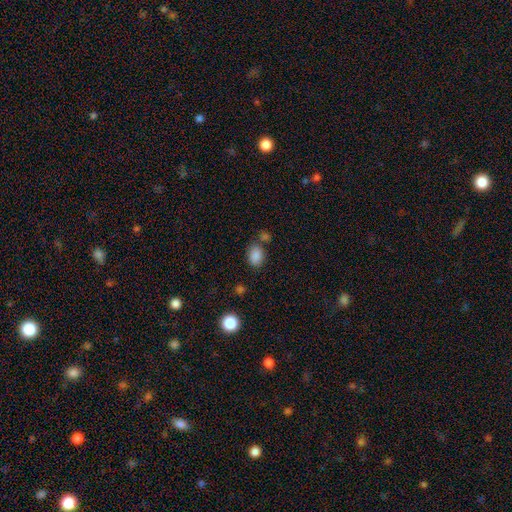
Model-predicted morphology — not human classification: Smooth or featured: smooth — 86% (star or artifact — 10%)
How rounded: in between — 72% (round — 27%)
Merging: none — 69% (minor disturbance — 14%)